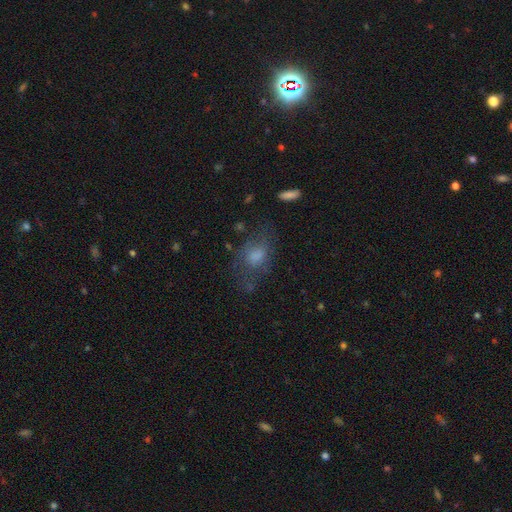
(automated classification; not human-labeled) This appears to be a smooth galaxy with no disk features (53%) that is in between round and cigar-shaped (71%). Merging: none (56%).